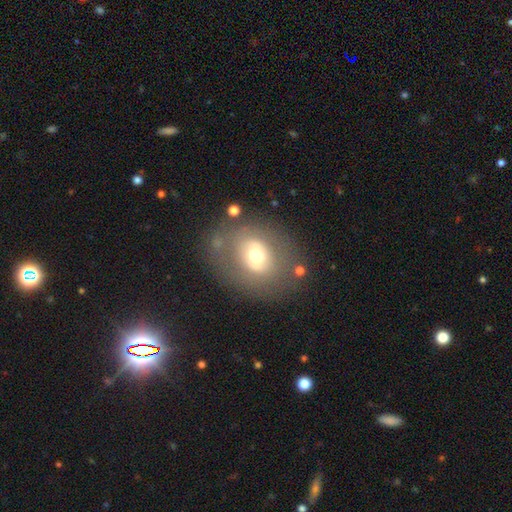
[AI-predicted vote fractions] Morphology: type=smooth (49%); merging=none (72%).